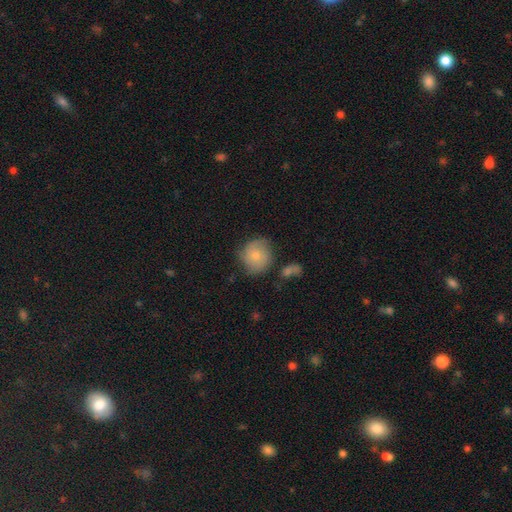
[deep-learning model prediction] Smooth or featured? Predicted: smooth (p=0.64). How rounded? Predicted: round (p=0.83). Merging? Predicted: none (p=0.62).